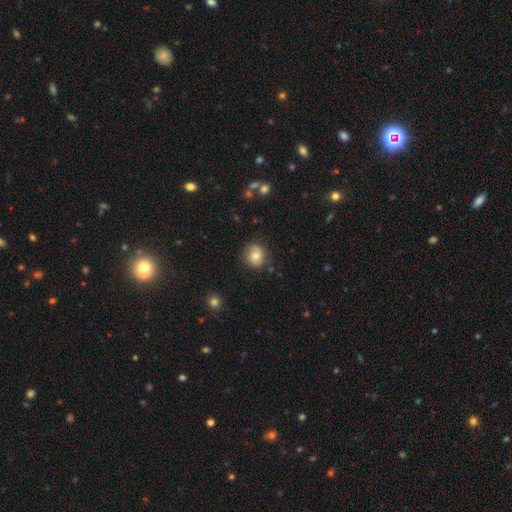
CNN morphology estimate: Smooth or featured: smooth — 73% (featured or disk — 18%)
How rounded: round — 77% (in between — 22%)
Merging: none — 73% (minor disturbance — 20%)